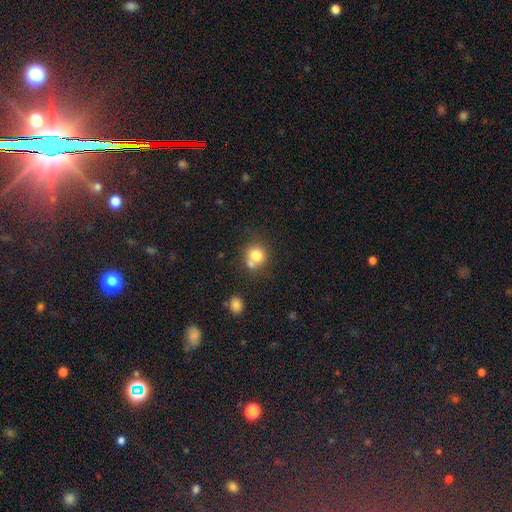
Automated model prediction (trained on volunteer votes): smooth 78%, star or artifact 11%, featured or disk 11%. Down the decision tree: how rounded — round (85%); merging — none (54%).